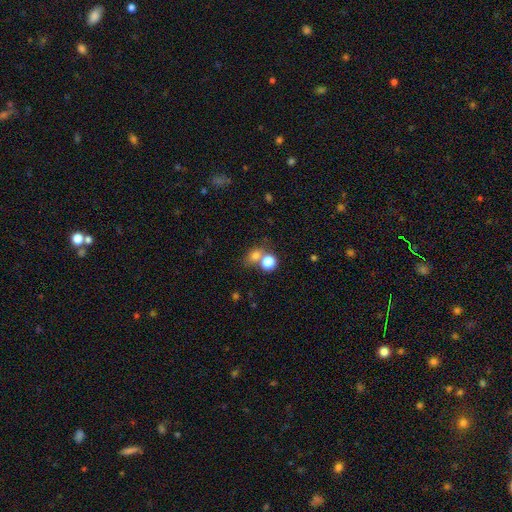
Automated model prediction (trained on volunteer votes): The model was most divided on "merging": none: 46%, merger: 40%, minor disturbance: 9%, major disturbance: 5%. More confident: smooth or featured — smooth (75%); how rounded — round (64%).